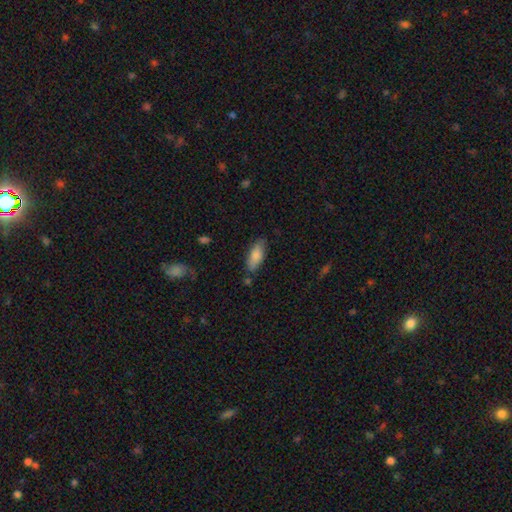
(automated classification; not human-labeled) This appears to be a smooth galaxy with no disk features (81%) that is in between round and cigar-shaped (73%). Merging: none (76%).